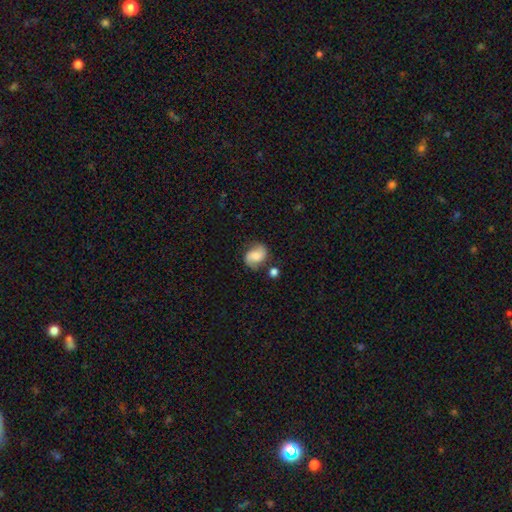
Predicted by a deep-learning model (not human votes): Smooth or featured: smooth — 48% (featured or disk — 43%)
Merging: none — 65% (minor disturbance — 21%)